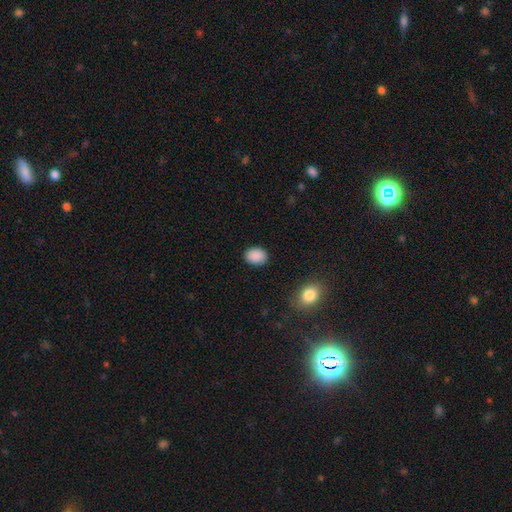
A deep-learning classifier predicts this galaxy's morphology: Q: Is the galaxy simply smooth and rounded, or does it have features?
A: smooth — 89%.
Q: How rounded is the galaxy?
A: in between — 61%.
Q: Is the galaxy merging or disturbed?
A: none — 87%.